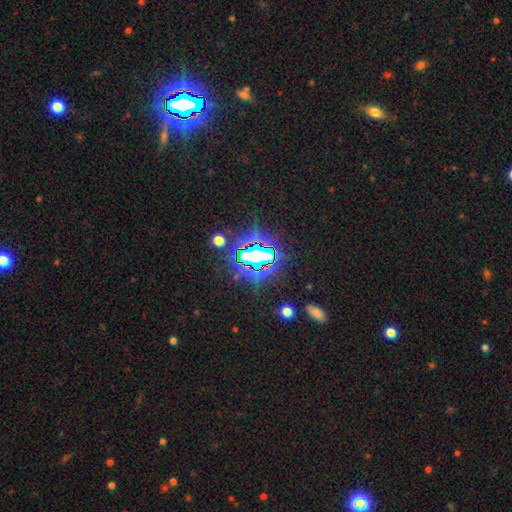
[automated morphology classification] type=star or artifact (74%).